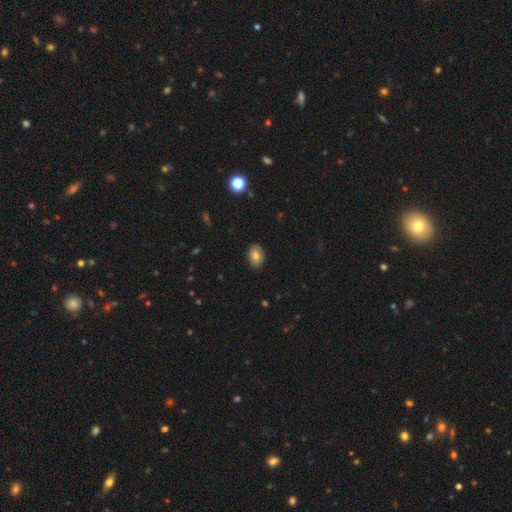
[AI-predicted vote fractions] Smooth or featured: smooth — 77% (featured or disk — 14%)
How rounded: in between — 79% (round — 19%)
Merging: none — 88% (minor disturbance — 10%)